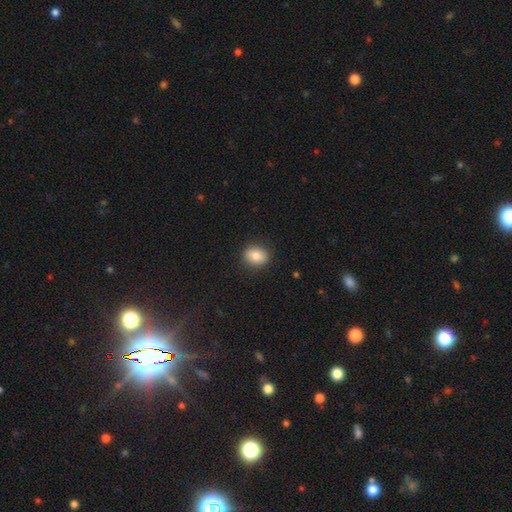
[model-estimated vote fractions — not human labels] The model was most divided on "how rounded": round: 53%, in between: 46%, cigar-shaped: 1%. More confident: merging — none (88%); smooth or featured — smooth (82%).